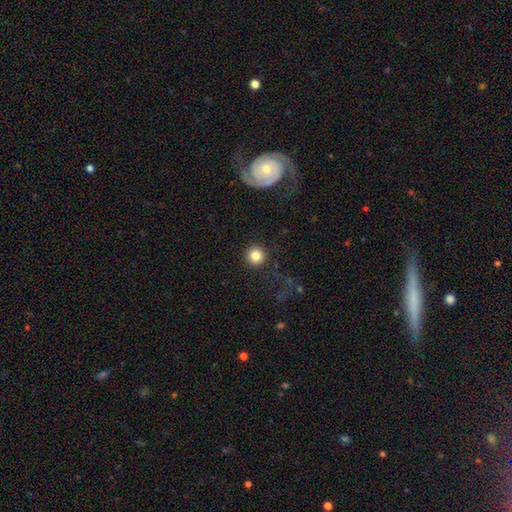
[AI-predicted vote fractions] A smooth galaxy with no disk features (84%) that is round (95%). Merging: none (89%).